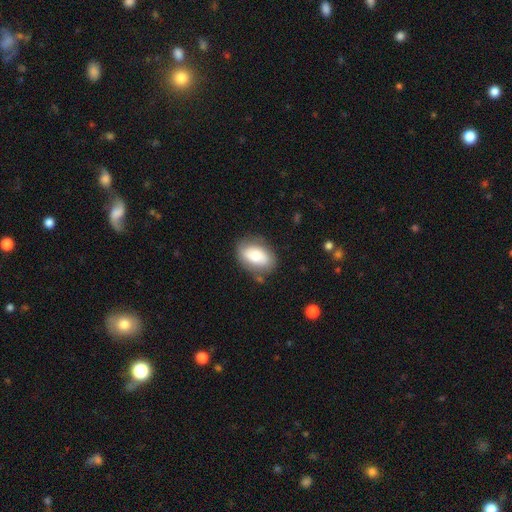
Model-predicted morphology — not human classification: A smooth galaxy with no disk features (68%) that is in between round and cigar-shaped (87%). Merging: none (75%).